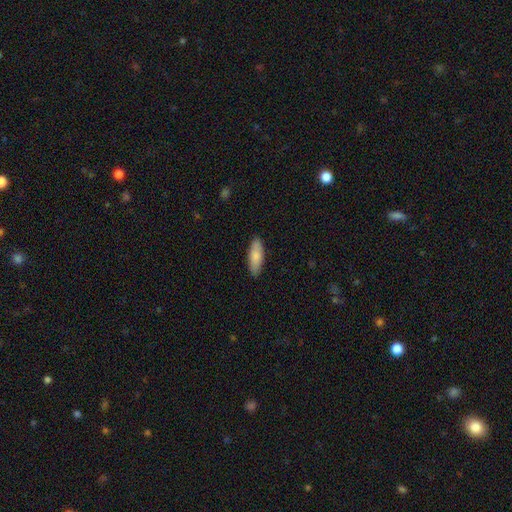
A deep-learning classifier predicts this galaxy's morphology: smooth-or-featured: smooth: 83% | featured or disk: 11% | star or artifact: 5%
  how-rounded: in between: 63% | cigar-shaped: 35% | round: 2%
  merging: none: 89% | minor disturbance: 8% | major disturbance: 2% | merger: 1%